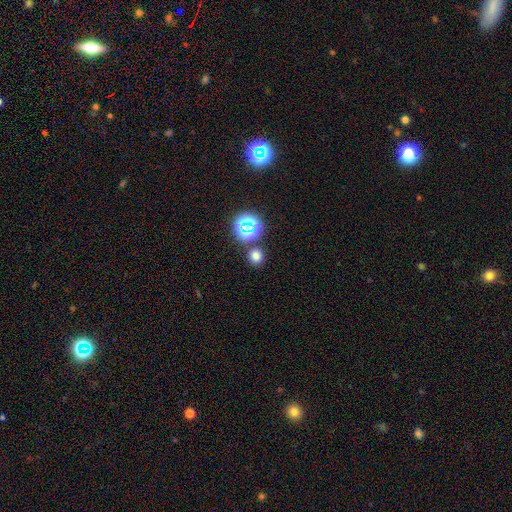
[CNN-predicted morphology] smooth-or-featured: smooth: 71% | star or artifact: 23% | featured or disk: 6%
  how-rounded: round: 85% | in between: 14% | cigar-shaped: 1%
  merging: none: 81% | merger: 9% | minor disturbance: 7% | major disturbance: 3%